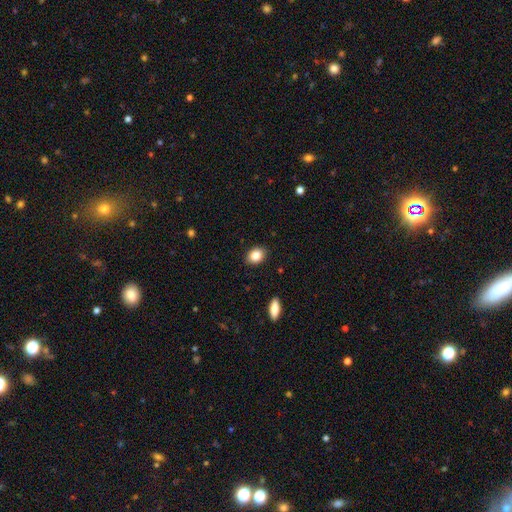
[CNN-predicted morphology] type=smooth (85%); roundness=in between (66%); merging=none (89%).